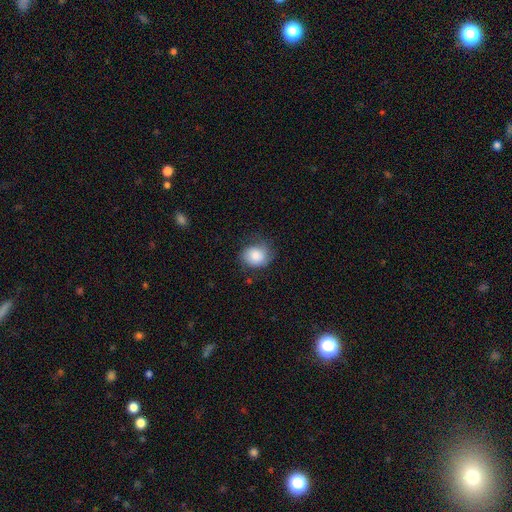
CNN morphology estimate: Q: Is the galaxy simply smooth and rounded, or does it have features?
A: smooth — 77%.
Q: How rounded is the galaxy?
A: round — 64%.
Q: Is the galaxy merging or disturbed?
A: none — 57%.